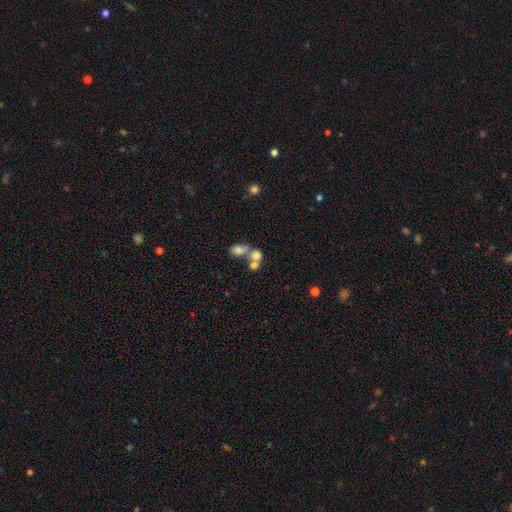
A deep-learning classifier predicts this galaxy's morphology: Smooth or featured? smooth (72%)
How rounded? round (51%)
Merging? merger (60%)